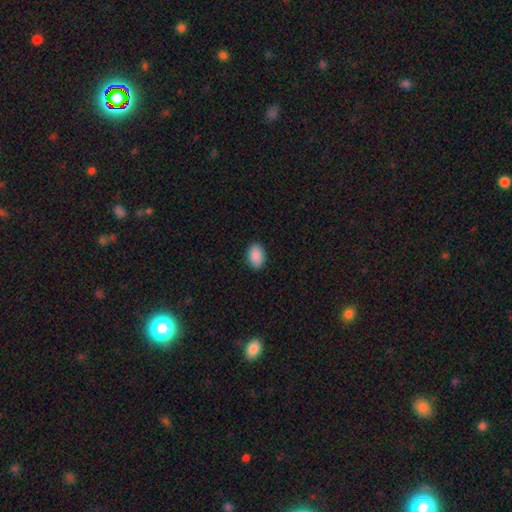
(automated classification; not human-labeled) Smooth or featured?
  - smooth: 90% *
  - star or artifact: 7%
  - featured or disk: 3%
How rounded?
  - in between: 87% *
  - round: 12%
  - cigar-shaped: 1%
Merging?
  - none: 89% *
  - minor disturbance: 8%
  - major disturbance: 2%
  - merger: 1%